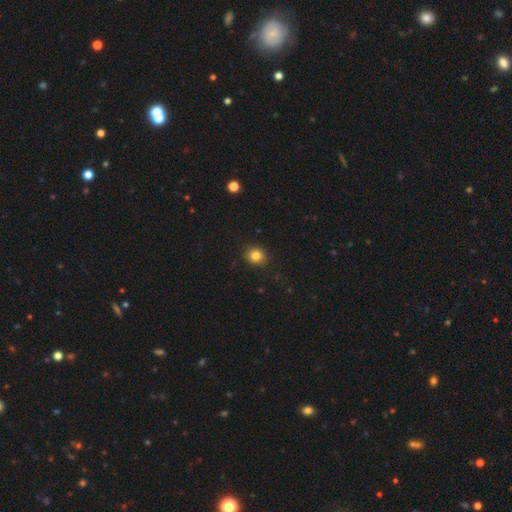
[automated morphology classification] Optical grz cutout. It shows a smooth galaxy with no disk features (82%) that is round (75%). Merging: none (89%).